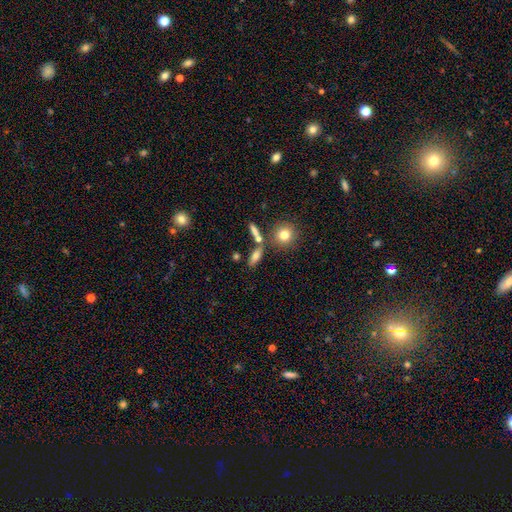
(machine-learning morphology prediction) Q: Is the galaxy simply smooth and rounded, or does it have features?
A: smooth — 70%.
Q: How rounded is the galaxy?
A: in between — 60%.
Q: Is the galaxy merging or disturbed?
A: none — 65%.